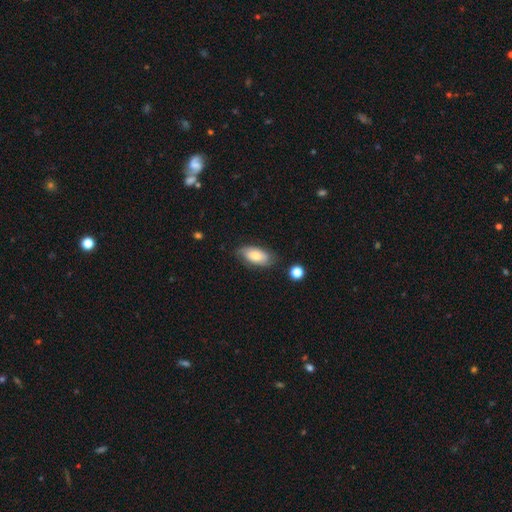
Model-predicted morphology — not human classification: Smooth or featured: smooth — 63% (featured or disk — 30%)
How rounded: in between — 92% (cigar-shaped — 4%)
Merging: none — 71% (minor disturbance — 22%)